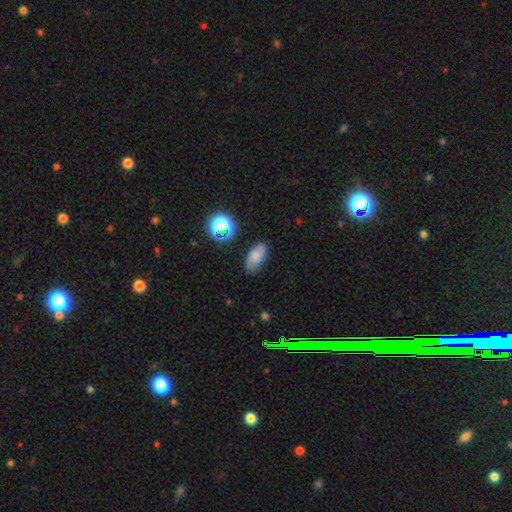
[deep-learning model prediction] Smooth or featured: smooth — 76% (featured or disk — 12%)
How rounded: in between — 90% (round — 6%)
Merging: none — 80% (minor disturbance — 15%)